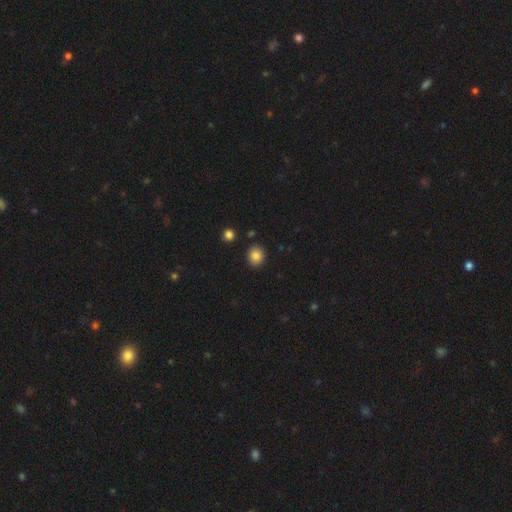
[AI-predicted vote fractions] Smooth or featured? Predicted: smooth (p=0.84). How rounded? Predicted: round (p=0.73). Merging? Predicted: none (p=0.88).